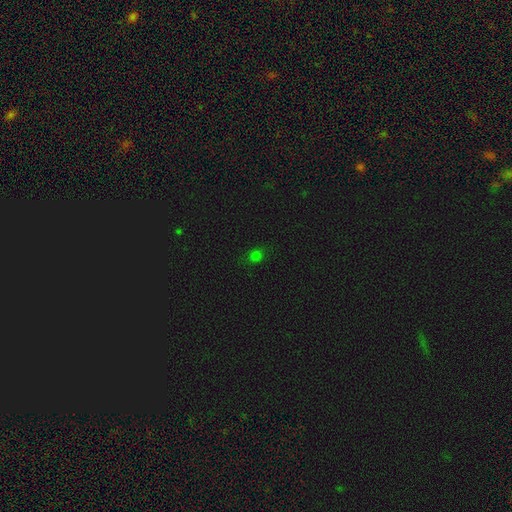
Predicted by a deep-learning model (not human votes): smooth-or-featured: smooth: 73% | star or artifact: 23% | featured or disk: 4%
  how-rounded: round: 73% | in between: 25% | cigar-shaped: 1%
  merging: none: 84% | minor disturbance: 12% | major disturbance: 3% | merger: 1%